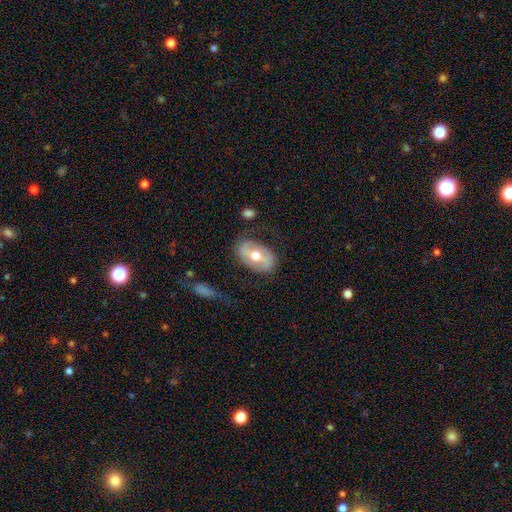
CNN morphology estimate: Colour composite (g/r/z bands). It shows a featured or disk galaxy (53%). Merging: none (73%).